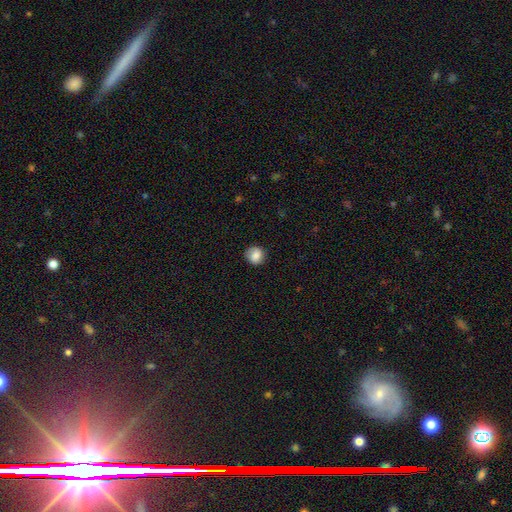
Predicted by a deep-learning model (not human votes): smooth-or-featured: smooth: 82% | featured or disk: 9% | star or artifact: 9%
  how-rounded: round: 84% | in between: 15% | cigar-shaped: 1%
  merging: none: 82% | minor disturbance: 14% | major disturbance: 3% | merger: 1%